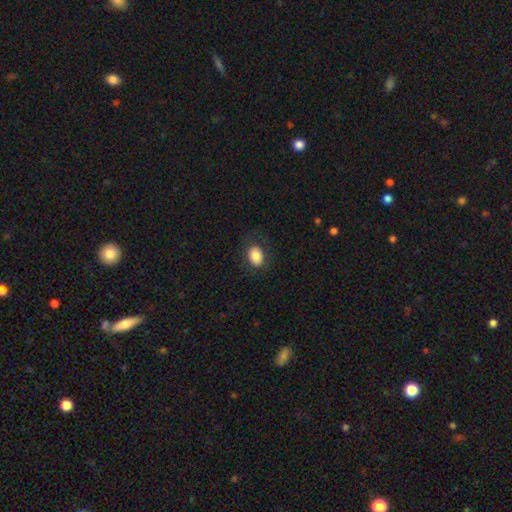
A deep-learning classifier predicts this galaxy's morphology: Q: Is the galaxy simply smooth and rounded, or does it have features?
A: smooth — 86%.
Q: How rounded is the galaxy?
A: in between — 70%.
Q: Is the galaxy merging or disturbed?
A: none — 82%.